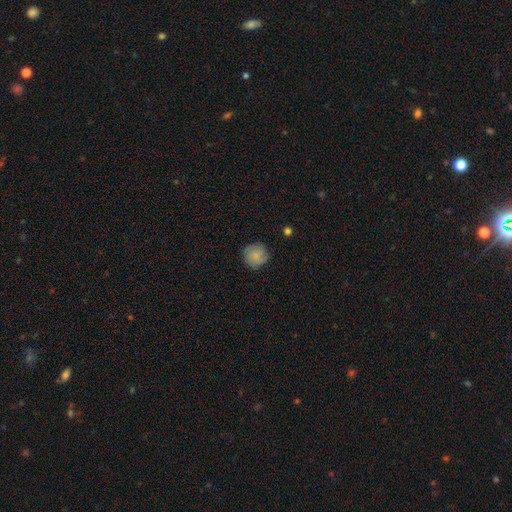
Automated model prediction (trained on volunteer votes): smooth_or_featured: smooth (p=0.80) [alt: featured or disk p=0.13]
how_rounded: round (p=0.92) [alt: in between p=0.07]
merging: none (p=0.82) [alt: minor disturbance p=0.14]